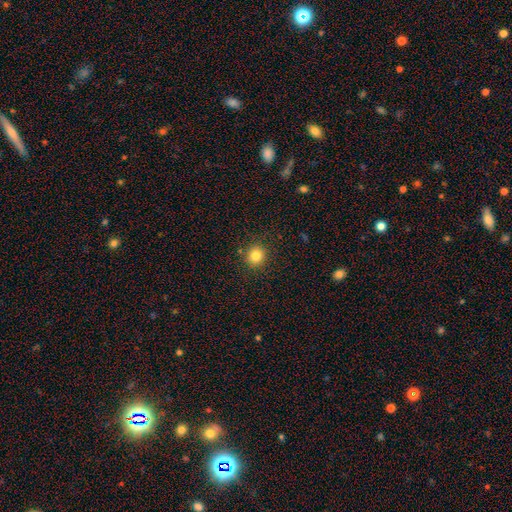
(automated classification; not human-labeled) This is clearly a smooth galaxy (82%). How rounded: clearly round (88%). Merging: clearly none (90%).